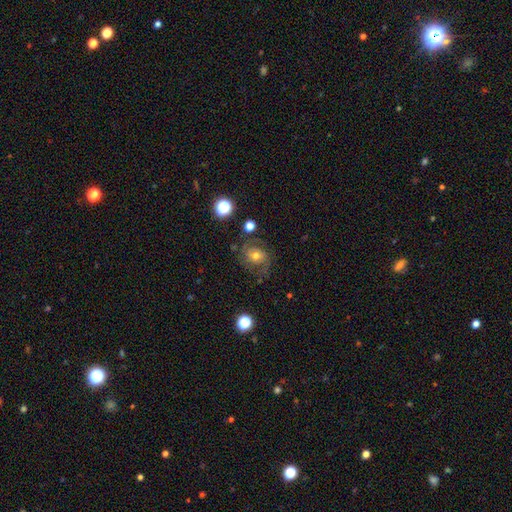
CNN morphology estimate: Smooth or featured? featured or disk (58%)
Edge-on disk? no (97%)
Bar? no (71%)
Spiral arms? yes (82%)
Bulge size? moderate (67%)
Merging? none (64%)